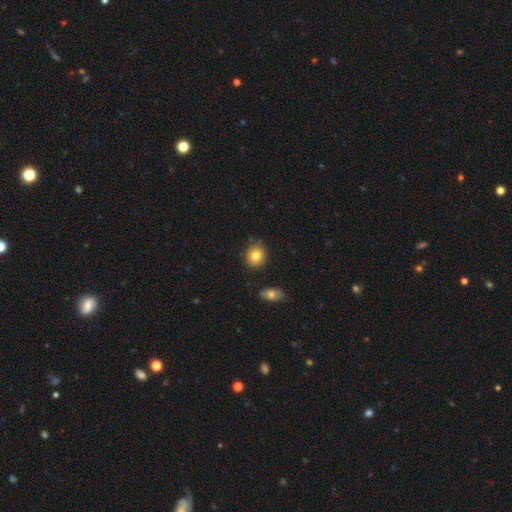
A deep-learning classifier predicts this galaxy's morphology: This appears to be a smooth galaxy with no disk features (82%) that is round (76%). Merging: none (83%).